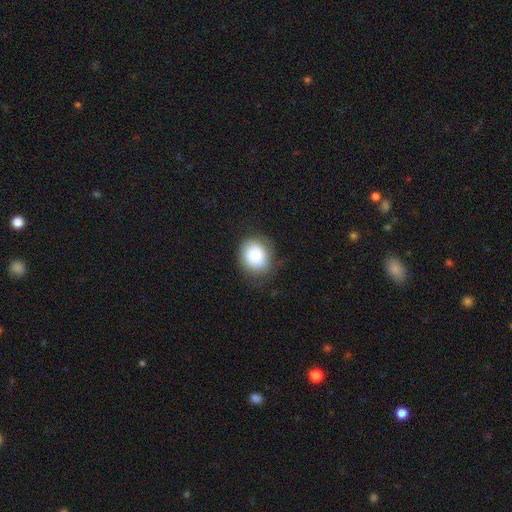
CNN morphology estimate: Smooth or featured?
  - smooth: 79% *
  - featured or disk: 13%
  - star or artifact: 8%
How rounded?
  - round: 66% *
  - in between: 33%
  - cigar-shaped: 1%
Merging?
  - none: 75% *
  - minor disturbance: 18%
  - major disturbance: 5%
  - merger: 1%